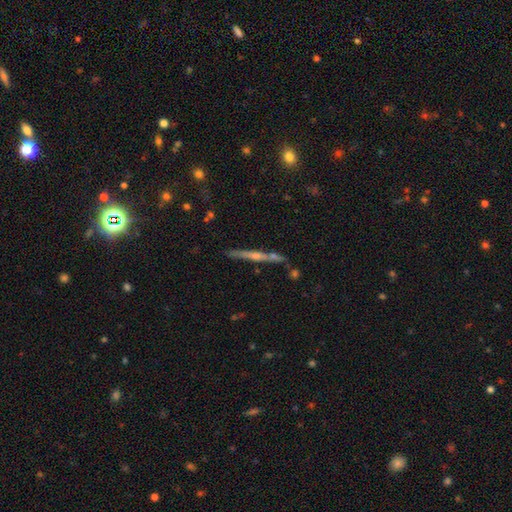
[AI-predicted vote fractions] Smooth or featured? featured or disk (67%)
Edge-on disk? yes (96%)
Edge-on bulge? rounded (56%)
Merging? none (79%)